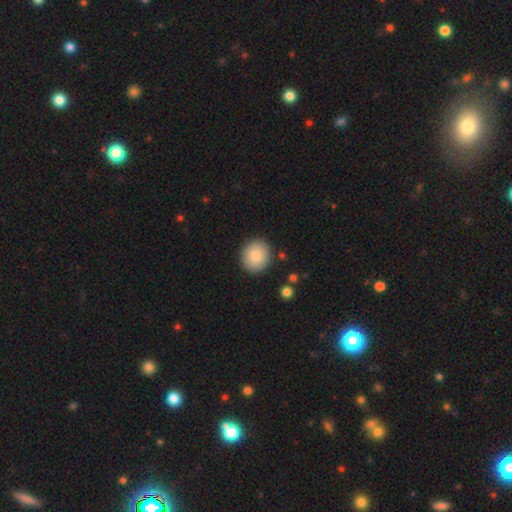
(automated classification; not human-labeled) Smooth or featured? Predicted: smooth (p=0.85). How rounded? Predicted: round (p=0.84). Merging? Predicted: none (p=0.90).